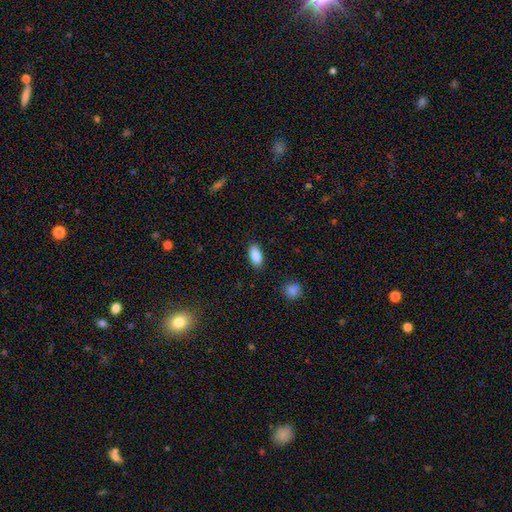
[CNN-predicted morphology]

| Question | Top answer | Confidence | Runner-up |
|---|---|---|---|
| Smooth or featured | smooth | 86% | star or artifact (7%) |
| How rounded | in between | 91% | cigar-shaped (6%) |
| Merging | none | 88% | minor disturbance (9%) |